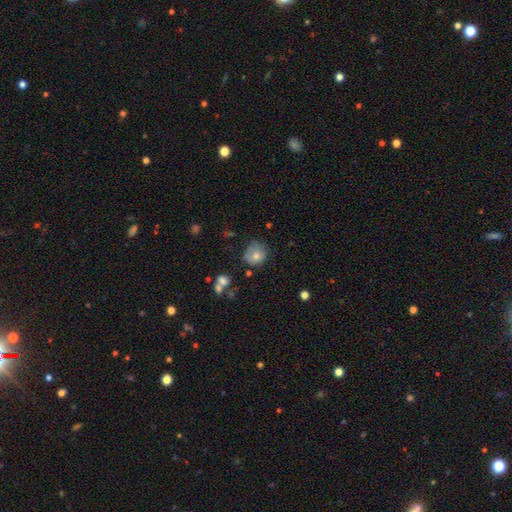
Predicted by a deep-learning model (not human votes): The model was most divided on "merging": none: 55%, minor disturbance: 30%, major disturbance: 11%, merger: 5%. More confident: how rounded — round (82%); smooth or featured — smooth (73%).